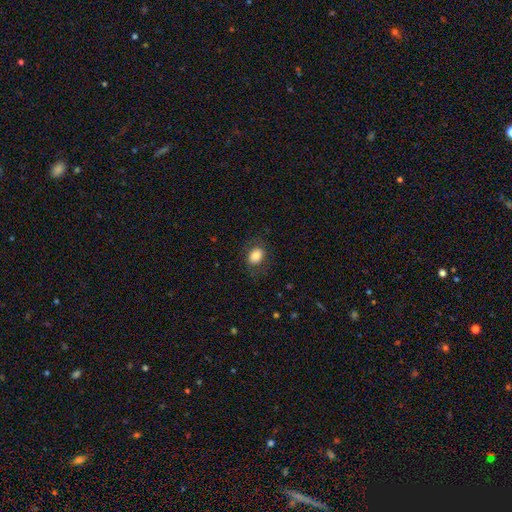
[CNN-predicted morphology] A smooth galaxy with no disk features (81%) that is in between round and cigar-shaped (64%).

Vote fractions:
- Smooth or featured? smooth: 81% / featured or disk: 10% / star or artifact: 9%
- How rounded? in between: 64% / round: 35% / cigar-shaped: 1%
- Merging? none: 79% / minor disturbance: 13% / major disturbance: 7% / merger: 1%